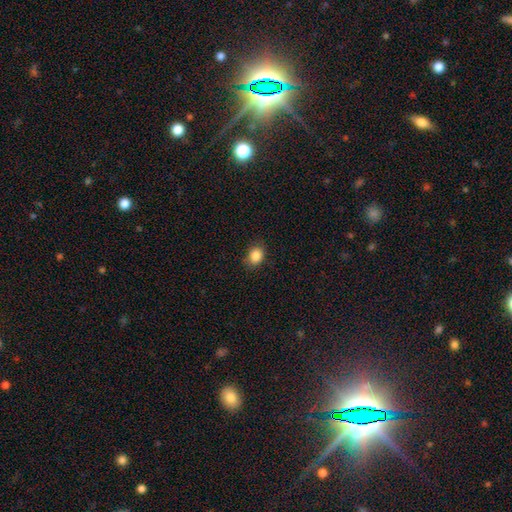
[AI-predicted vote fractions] Q: Smooth or featured?
A: smooth (86%); runner-up: star or artifact (9%)
Q: How rounded?
A: in between (51%); runner-up: round (48%)
Q: Merging?
A: none (83%); runner-up: minor disturbance (13%)